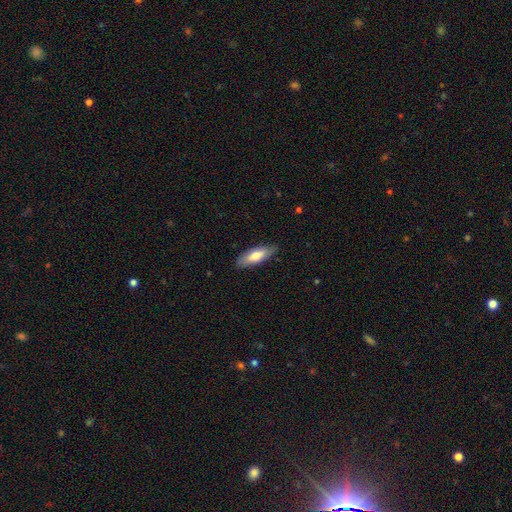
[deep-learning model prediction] Q: Smooth or featured?
A: smooth (68%); runner-up: featured or disk (26%)
Q: How rounded?
A: in between (59%); runner-up: cigar-shaped (39%)
Q: Merging?
A: none (85%); runner-up: minor disturbance (12%)